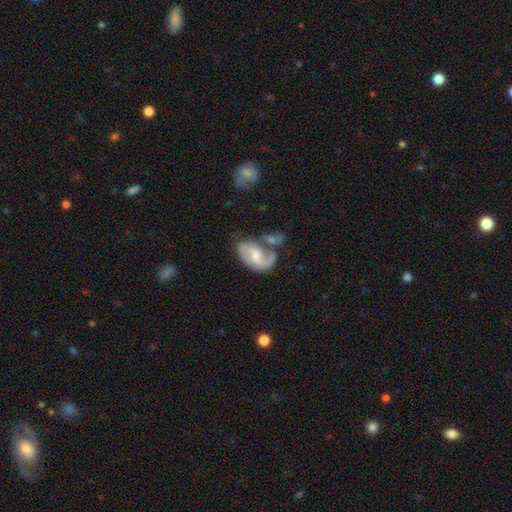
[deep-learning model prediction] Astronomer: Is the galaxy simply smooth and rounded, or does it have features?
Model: featured or disk — 75%.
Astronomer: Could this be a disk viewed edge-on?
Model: no — 96%.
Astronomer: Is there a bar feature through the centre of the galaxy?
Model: weak — 44% (runner-up: no, 38%).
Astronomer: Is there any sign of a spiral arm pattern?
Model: yes — 87%.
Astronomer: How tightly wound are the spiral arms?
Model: medium — 43% (runner-up: loose, 38%).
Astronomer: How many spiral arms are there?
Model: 2 — 71%.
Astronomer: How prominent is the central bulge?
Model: moderate — 56% (runner-up: small, 35%).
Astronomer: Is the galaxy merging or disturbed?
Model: none — 36% (runner-up: merger, 27%).